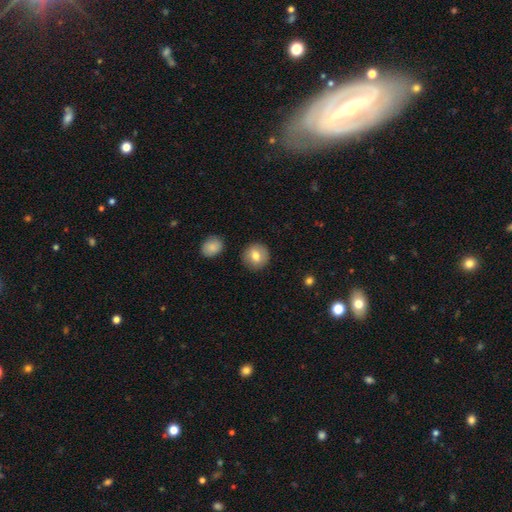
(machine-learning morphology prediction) Smooth or featured: smooth — 78% (featured or disk — 14%)
How rounded: round — 90% (in between — 9%)
Merging: none — 88% (minor disturbance — 7%)